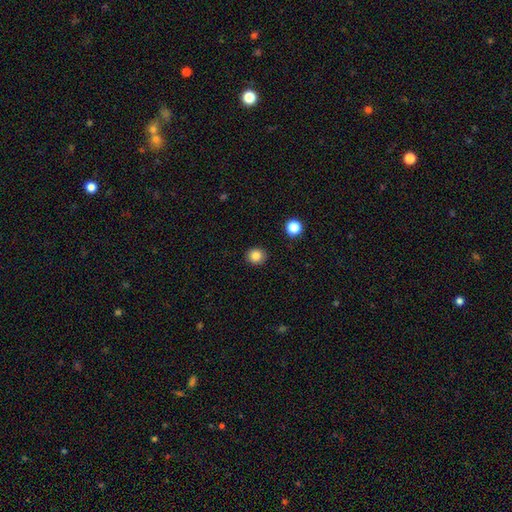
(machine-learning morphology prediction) Smooth or featured?
  - smooth: 85% *
  - star or artifact: 11%
  - featured or disk: 4%
How rounded?
  - round: 86% *
  - in between: 13%
  - cigar-shaped: 1%
Merging?
  - none: 91% *
  - minor disturbance: 6%
  - major disturbance: 2%
  - merger: 1%